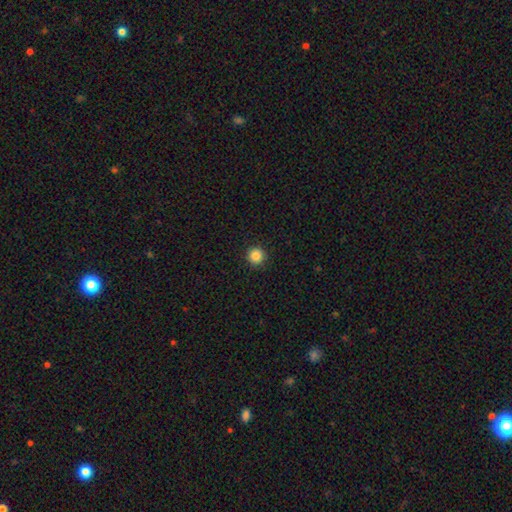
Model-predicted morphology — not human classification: A smooth galaxy with no disk features (86%) that is round (96%). Merging: none (93%).